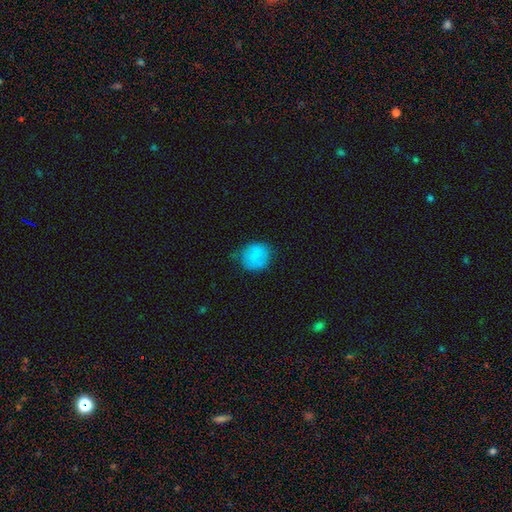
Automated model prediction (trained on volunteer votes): Q: Smooth or featured?
A: smooth (82%); runner-up: featured or disk (10%)
Q: How rounded?
A: round (80%); runner-up: in between (19%)
Q: Merging?
A: none (64%); runner-up: minor disturbance (28%)